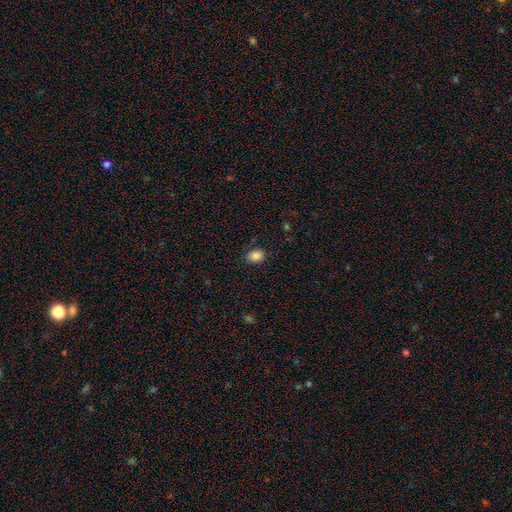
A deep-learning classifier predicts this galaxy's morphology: smooth-or-featured: smooth: 87% | star or artifact: 10% | featured or disk: 4%
  how-rounded: in between: 69% | round: 30% | cigar-shaped: 1%
  merging: none: 85% | minor disturbance: 11% | major disturbance: 3% | merger: 1%